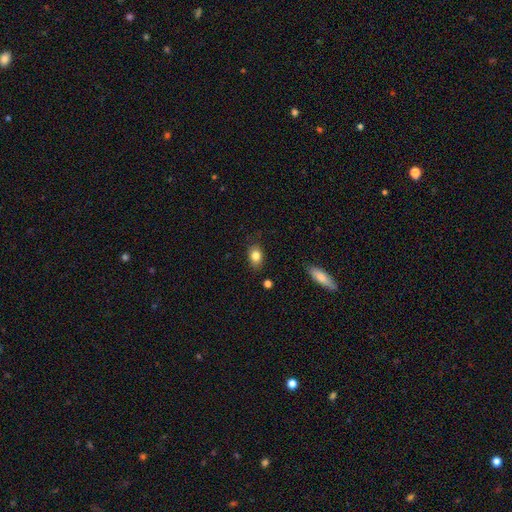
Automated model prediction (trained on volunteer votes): Overall: smooth (82%). How rounded: in between (76%). Merging: none (82%).